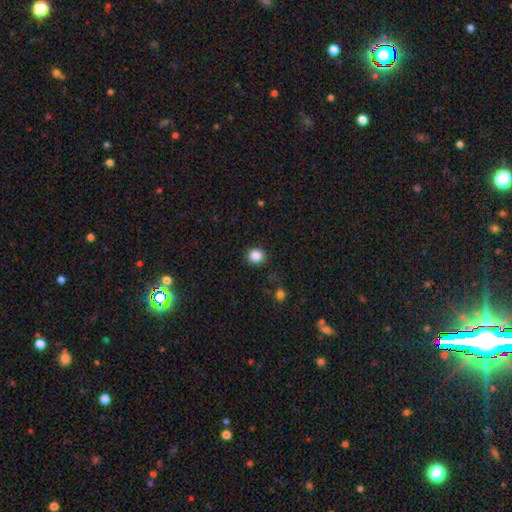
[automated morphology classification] The model was most divided on "smooth or featured": smooth: 86%, star or artifact: 11%, featured or disk: 3%. More confident: how rounded — round (89%); merging — none (88%).